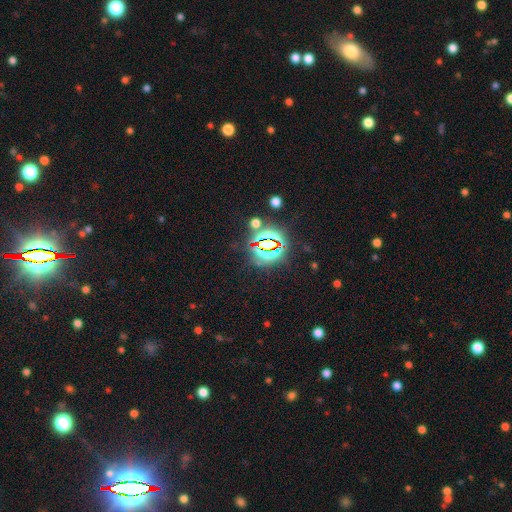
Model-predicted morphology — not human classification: Smooth or featured? star or artifact (77%)